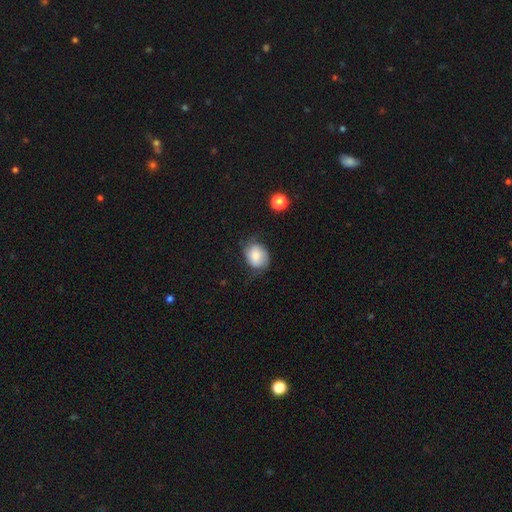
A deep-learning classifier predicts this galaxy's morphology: A smooth galaxy with no disk features (75%) that is in between round and cigar-shaped (51%). Merging: none (57%).